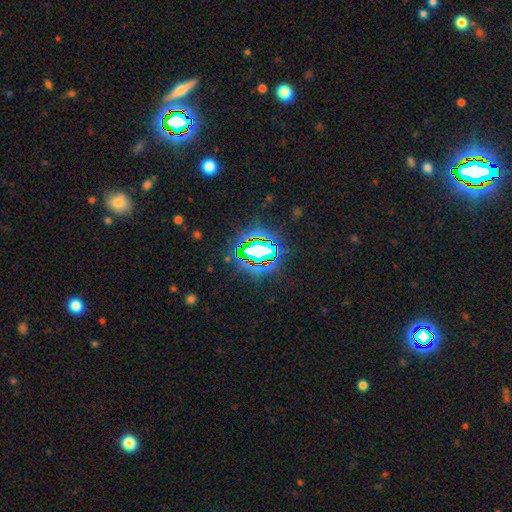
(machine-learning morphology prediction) Overall: star or artifact (78%).